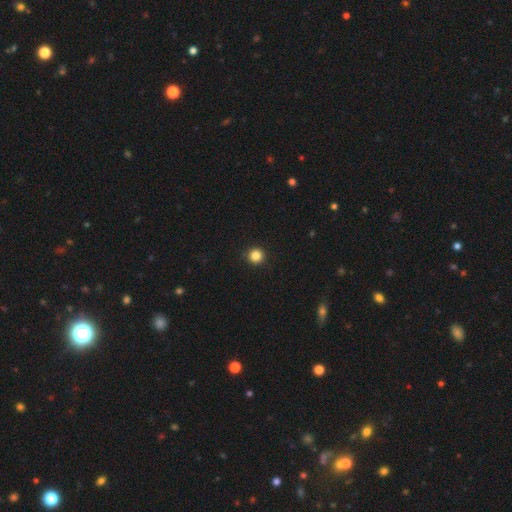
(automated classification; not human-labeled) This appears to be a smooth galaxy with no disk features (84%) that is round (96%). Merging: none (93%).